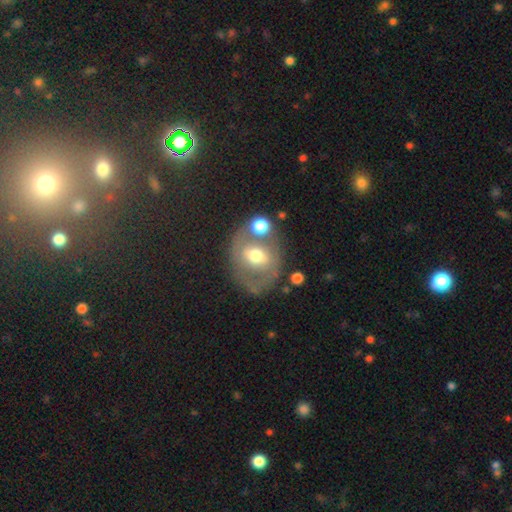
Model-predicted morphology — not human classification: Smooth or featured: featured or disk — 49% (smooth — 43%)
Merging: none — 49% (merger — 24%)